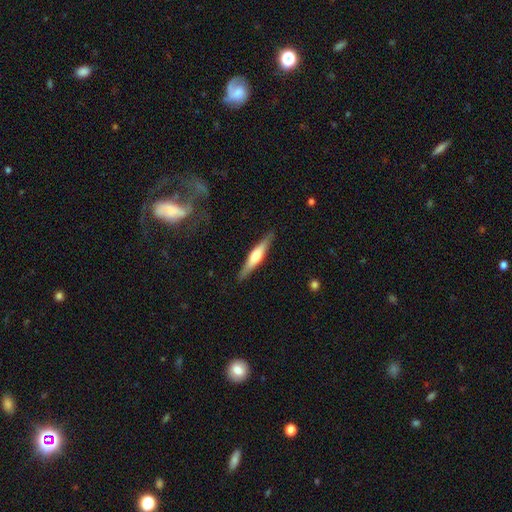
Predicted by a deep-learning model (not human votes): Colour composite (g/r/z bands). It shows a featured or disk galaxy (55%) viewed edge-on (95%) with a rounded central bulge (77%). Merging: none (88%).